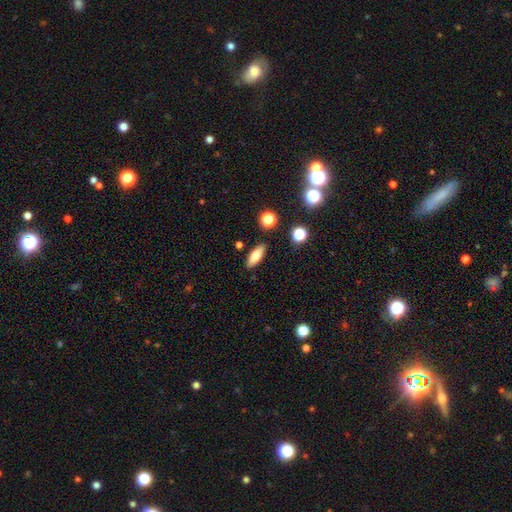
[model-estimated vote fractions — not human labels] This appears to be a smooth galaxy with no disk features (69%) that is in between round and cigar-shaped (68%). Merging: none (87%).